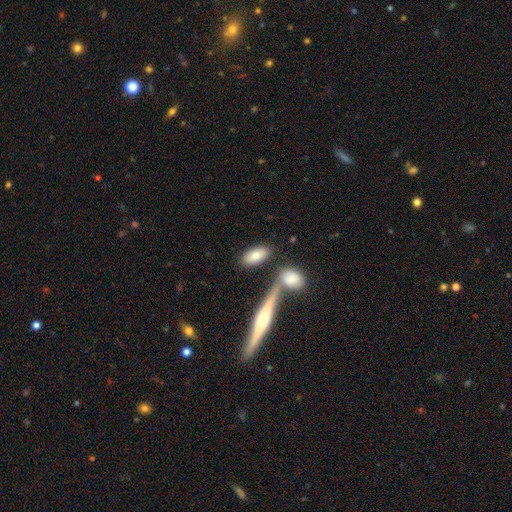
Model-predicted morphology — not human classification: This appears to be a smooth galaxy with no disk features (78%) that is in between round and cigar-shaped (84%). Merging: none (70%).